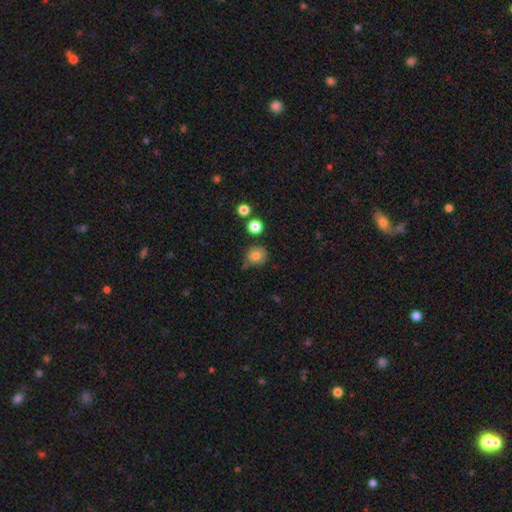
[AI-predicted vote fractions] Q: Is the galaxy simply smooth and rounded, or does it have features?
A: smooth — 78%.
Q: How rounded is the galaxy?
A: round — 81%.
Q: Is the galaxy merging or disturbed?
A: none — 69%.